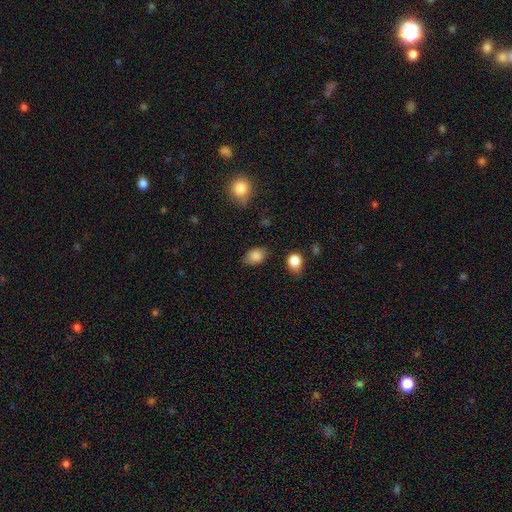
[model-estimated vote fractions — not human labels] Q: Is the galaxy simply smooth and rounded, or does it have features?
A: smooth — 86%.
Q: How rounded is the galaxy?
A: in between — 82%.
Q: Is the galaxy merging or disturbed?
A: none — 78%.